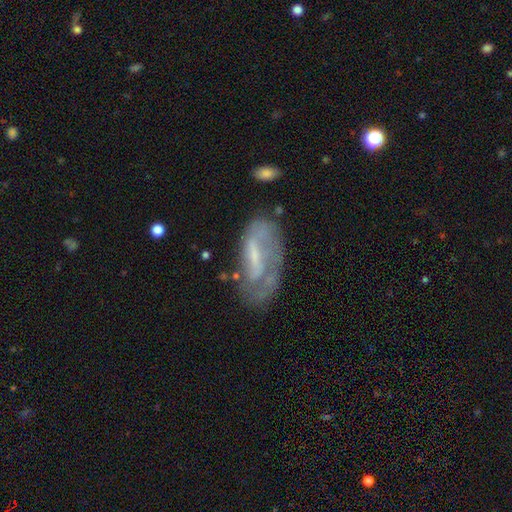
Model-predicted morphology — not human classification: Smooth or featured? featured or disk (64%)
Edge-on disk? no (91%)
Bar? weak (44%)
Spiral arms? yes (64%)
Bulge size? small (44%)
Merging? none (48%)